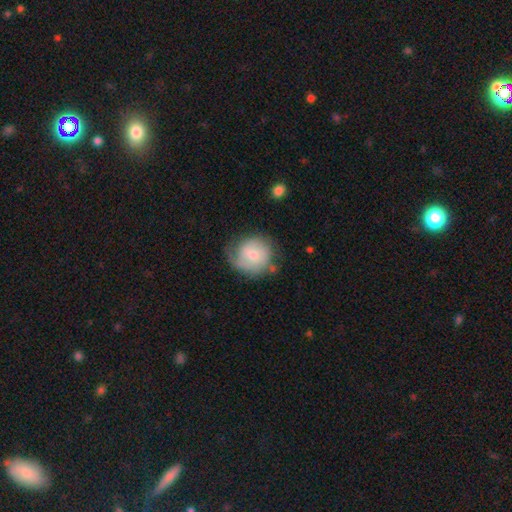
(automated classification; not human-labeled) Smooth or featured?
  - featured or disk: 47% * (tied)
  - smooth: 47% * (tied)
  - star or artifact: 6%
Merging?
  - none: 56% *
  - minor disturbance: 28%
  - major disturbance: 13%
  - merger: 3%